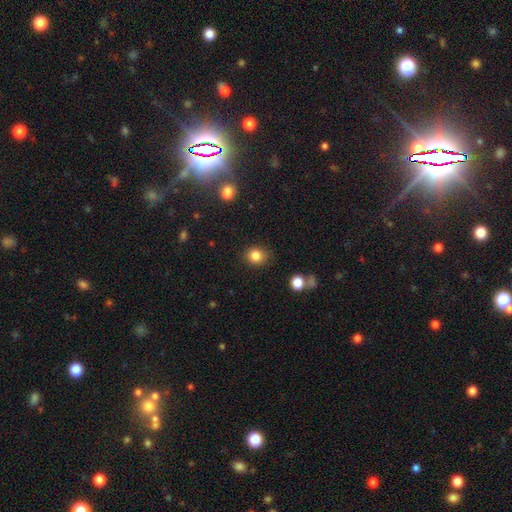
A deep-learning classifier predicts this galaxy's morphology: This appears to be a smooth galaxy with no disk features (84%) that is round (77%). Merging: none (86%).